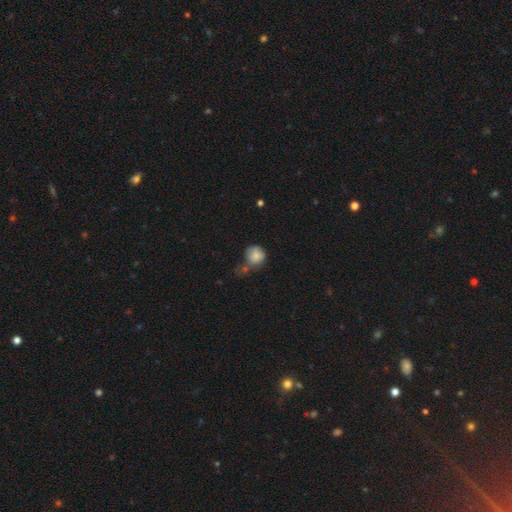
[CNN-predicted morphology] Smooth or featured?
  - smooth: 80% *
  - featured or disk: 12%
  - star or artifact: 9%
How rounded?
  - round: 82% *
  - in between: 17%
  - cigar-shaped: 1%
Merging?
  - none: 41% *
  - minor disturbance: 26%
  - merger: 21%
  - major disturbance: 13%